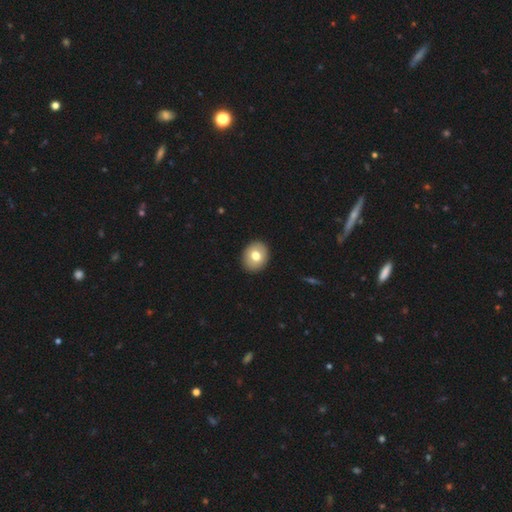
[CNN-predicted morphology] smooth_or_featured: smooth (p=0.74) [alt: featured or disk p=0.19]
how_rounded: round (p=0.60) [alt: in between p=0.39]
merging: none (p=0.92) [alt: minor disturbance p=0.06]